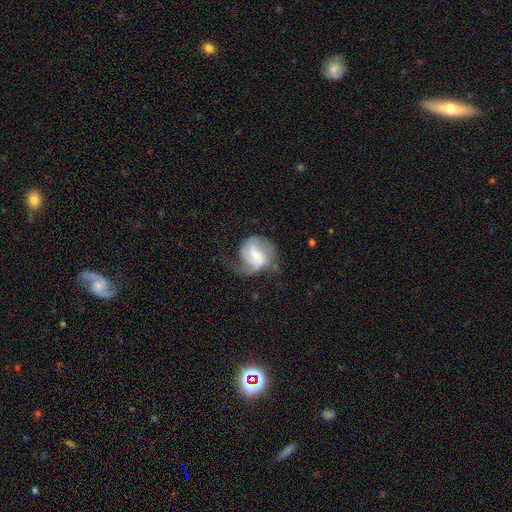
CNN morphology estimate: smooth-or-featured: featured or disk: 76% | smooth: 18% | star or artifact: 6%
  disk-edge-on: no: 98% | yes: 2%
    bar: weak: 54% | strong: 23% | no: 23%
    has-spiral-arms: yes: 91% | no: 9%
      spiral-winding: medium: 44% | loose: 28% | tight: 28%
      spiral-arm-count: 2: 57% | 1: 21% | can't tell: 13% | 3: 6% | 4: 2% | more than 4: 2%
    bulge-size: small: 49% | moderate: 41% | none: 5% | large: 4% | dominant: 1%
  merging: none: 42% | major disturbance: 31% | minor disturbance: 25% | merger: 2%